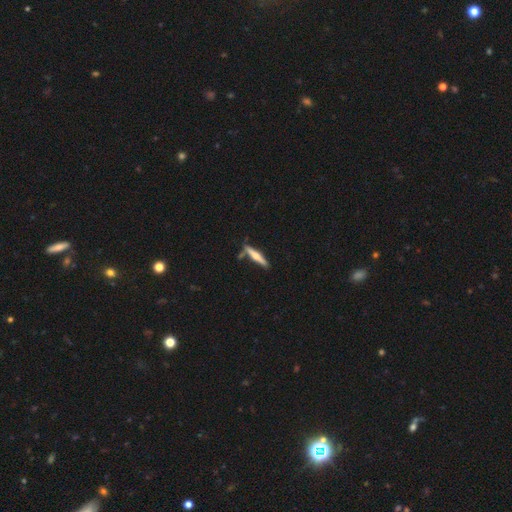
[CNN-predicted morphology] This appears to be a featured or disk galaxy (56%) viewed edge-on (96%) with a rounded central bulge (85%). Merging: none (76%).